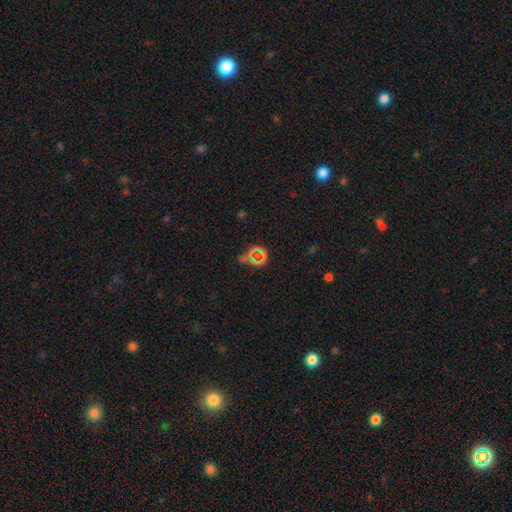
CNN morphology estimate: Smooth or featured?
  - star or artifact: 66% *
  - smooth: 24%
  - featured or disk: 10%